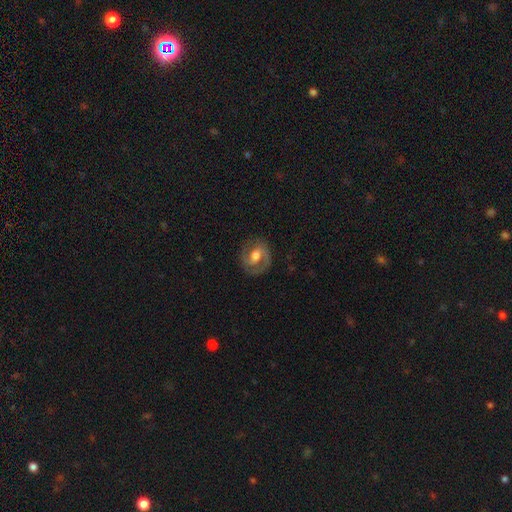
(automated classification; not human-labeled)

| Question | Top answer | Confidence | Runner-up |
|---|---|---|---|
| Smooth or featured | featured or disk | 76% | smooth (18%) |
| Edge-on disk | no | 97% | yes (3%) |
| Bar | weak | 48% | no (31%) |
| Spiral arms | yes | 89% | no (11%) |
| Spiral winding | medium | 48% | tight (37%) |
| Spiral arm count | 2 | 79% | 1 (11%) |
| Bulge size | moderate | 65% | large (18%) |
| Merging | none | 77% | minor disturbance (15%) |